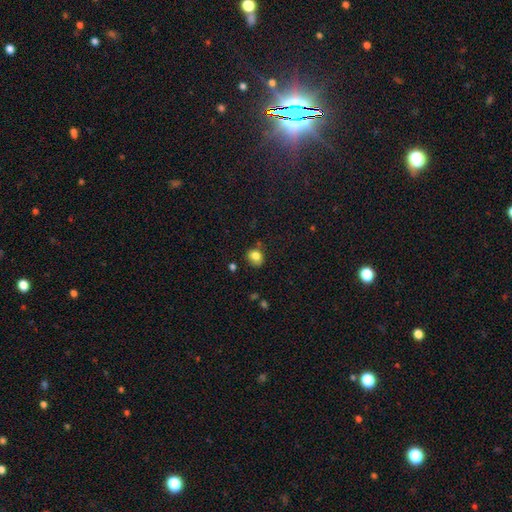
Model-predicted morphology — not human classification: type=smooth (81%); roundness=round (59%); merging=none (68%).